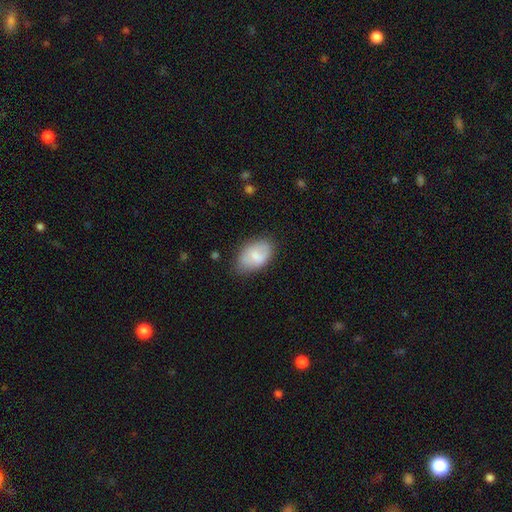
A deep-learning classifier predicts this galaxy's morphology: This is likely a smooth galaxy (75%). How rounded: clearly in between (91%). Merging: likely none (72%).